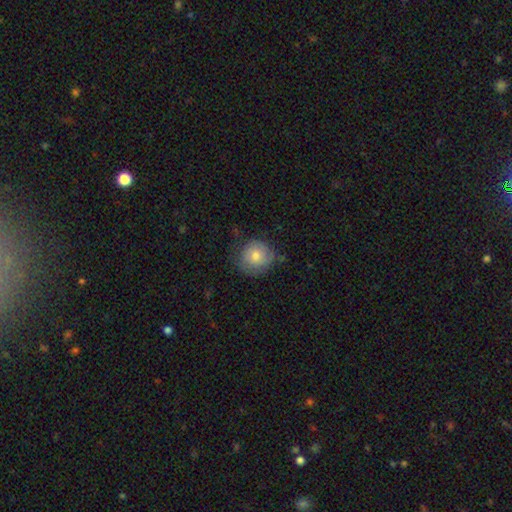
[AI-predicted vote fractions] Q: Smooth or featured?
A: smooth (74%); runner-up: featured or disk (19%)
Q: How rounded?
A: round (90%); runner-up: in between (9%)
Q: Merging?
A: none (64%); runner-up: minor disturbance (27%)